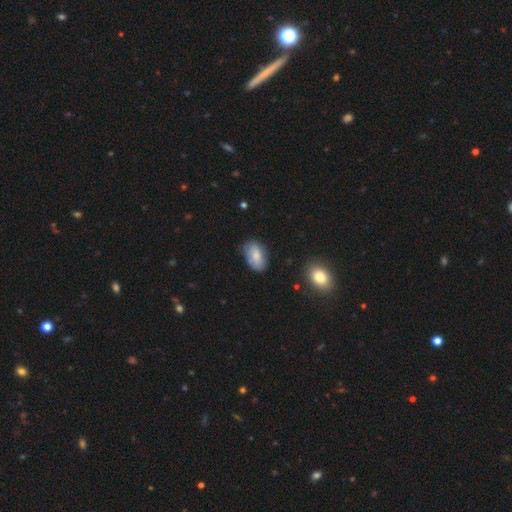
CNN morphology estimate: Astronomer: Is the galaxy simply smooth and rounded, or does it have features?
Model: smooth — 78%.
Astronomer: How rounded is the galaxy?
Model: in between — 92%.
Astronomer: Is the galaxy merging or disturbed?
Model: none — 71%.